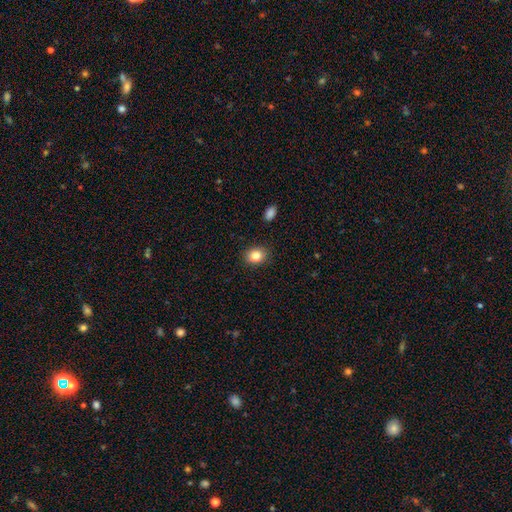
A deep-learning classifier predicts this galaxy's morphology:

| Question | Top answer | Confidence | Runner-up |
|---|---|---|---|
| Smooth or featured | smooth | 84% | star or artifact (9%) |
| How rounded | in between | 50% | round (49%) |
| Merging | none | 88% | minor disturbance (8%) |